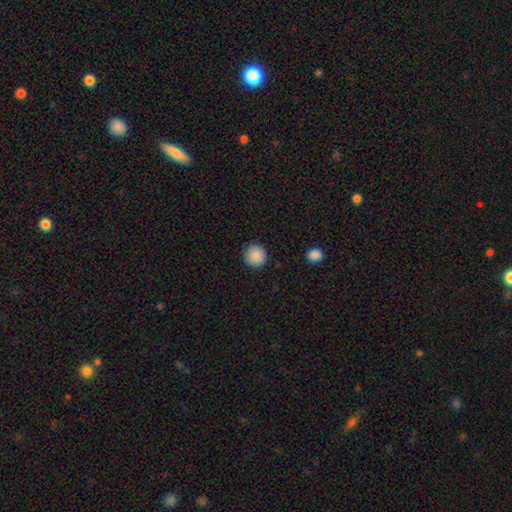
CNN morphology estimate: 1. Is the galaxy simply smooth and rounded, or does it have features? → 89% smooth, 8% star or artifact, 3% featured or disk.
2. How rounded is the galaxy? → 95% round, 4% in between, 1% cigar-shaped.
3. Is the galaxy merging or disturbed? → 92% none, 5% minor disturbance, 2% major disturbance, 1% merger.